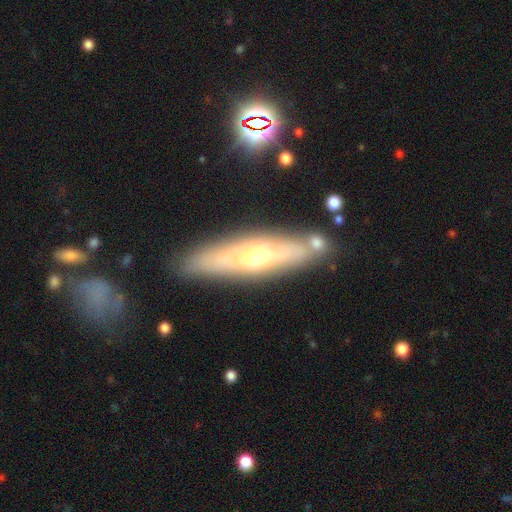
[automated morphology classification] Smooth or featured? featured or disk (59%)
Edge-on disk? yes (67%)
Merging? none (80%)